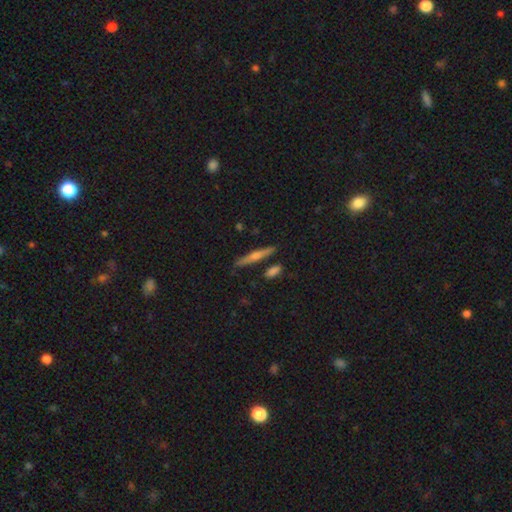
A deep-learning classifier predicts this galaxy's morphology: Smooth or featured?
  - featured or disk: 58% *
  - smooth: 35%
  - star or artifact: 7%
Edge-on disk?
  - yes: 97% *
  - no: 3%
Edge-on bulge?
  - rounded: 84% *
  - none: 11%
  - boxy: 5%
Merging?
  - none: 85% *
  - minor disturbance: 8%
  - merger: 4%
  - major disturbance: 2%